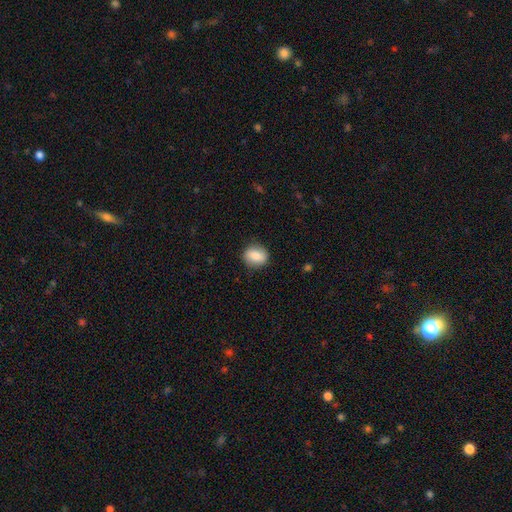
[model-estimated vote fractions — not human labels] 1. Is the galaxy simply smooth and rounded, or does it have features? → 81% smooth, 11% featured or disk, 8% star or artifact.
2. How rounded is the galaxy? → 61% round, 37% in between, 1% cigar-shaped.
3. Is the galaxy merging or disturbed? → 86% none, 10% minor disturbance, 3% major disturbance, 1% merger.